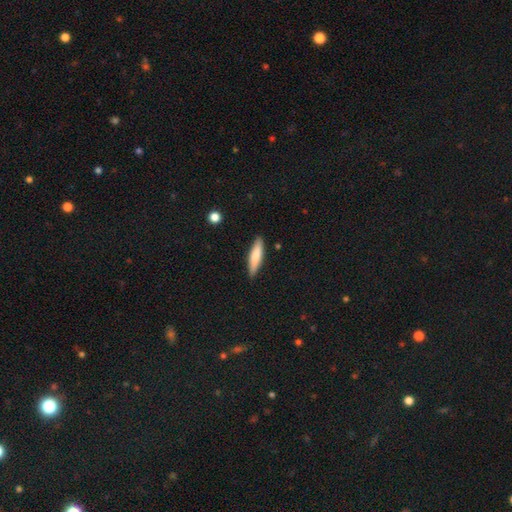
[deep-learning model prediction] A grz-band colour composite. It shows a smooth galaxy with no disk features (77%) that is cigar-shaped (77%). Merging: none (86%).